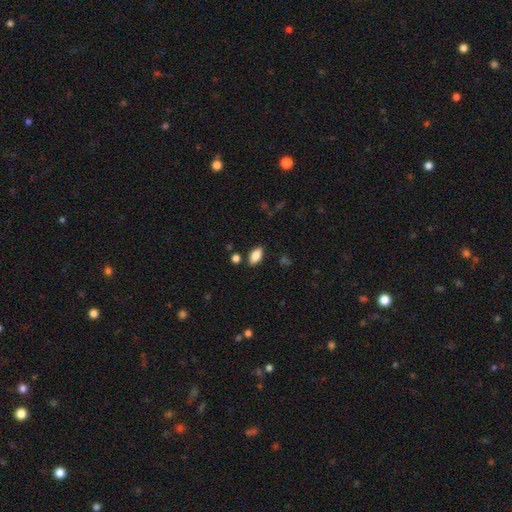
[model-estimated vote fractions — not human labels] This is clearly a smooth galaxy (86%). How rounded: clearly in between (92%). Merging: clearly none (85%).